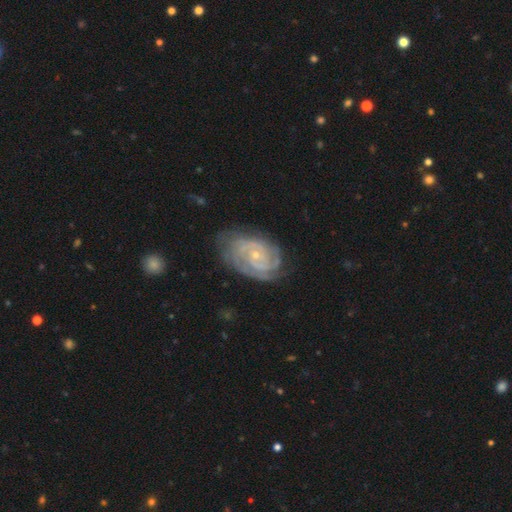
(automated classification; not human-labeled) Overall: featured or disk (88%). Edge-on disk: no (97%). Bar: no (64%; weak 29%). Spiral arms: yes (97%). Spiral arm count: 2 (46%; 3 19%). Spiral winding: tight (73%). Bulge size: small (76%). Merging: none (70%).